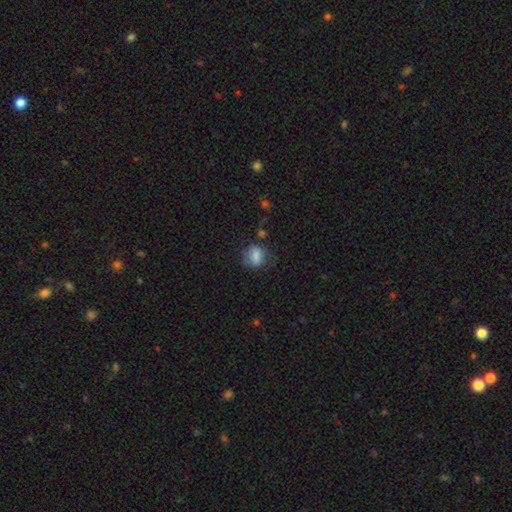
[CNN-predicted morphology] This appears to be a smooth galaxy with no disk features (77%) that is in between round and cigar-shaped (52%). Merging: none (59%).